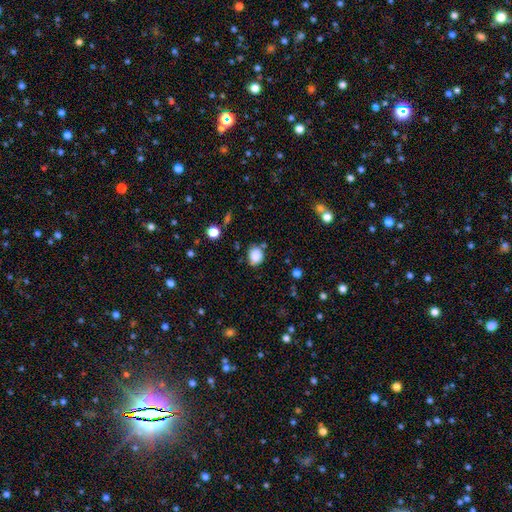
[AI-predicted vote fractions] The model was most divided on "how rounded": round: 61%, in between: 38%, cigar-shaped: 1%. More confident: smooth or featured — smooth (86%); merging — none (75%).